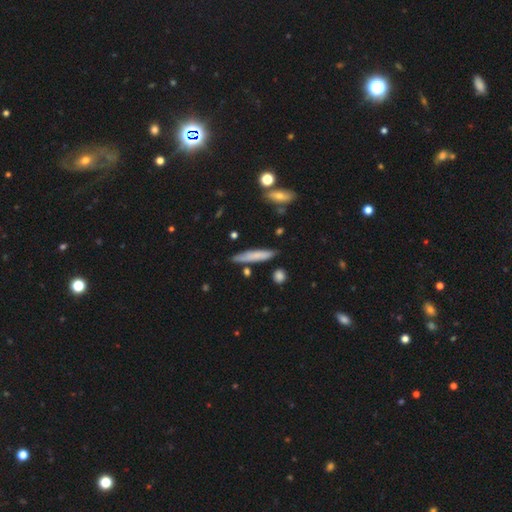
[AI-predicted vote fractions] smooth 72%, featured or disk 21%, star or artifact 7%. Down the decision tree: how rounded — cigar-shaped (88%); merging — none (80%).